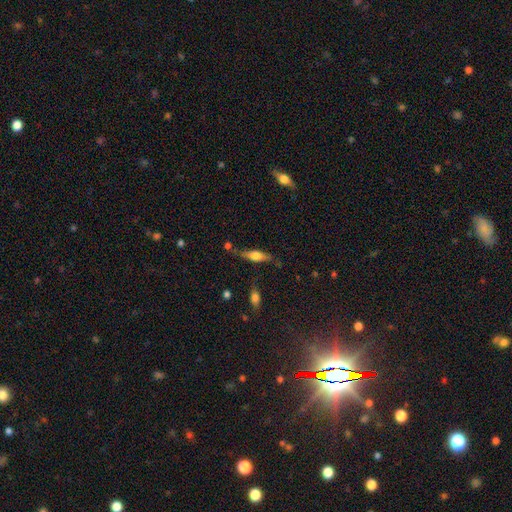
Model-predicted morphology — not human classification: smooth 51%, featured or disk 42%, star or artifact 7%. Down the decision tree: how rounded — cigar-shaped (53%); merging — none (71%).